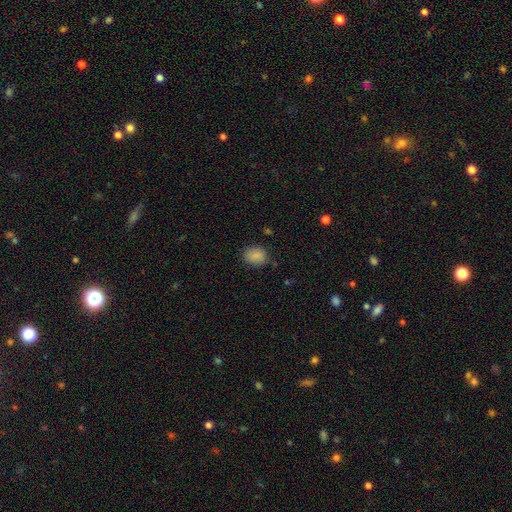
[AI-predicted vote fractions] This is clearly a smooth galaxy (86%). How rounded: possibly in between (52%). Merging: likely none (79%).